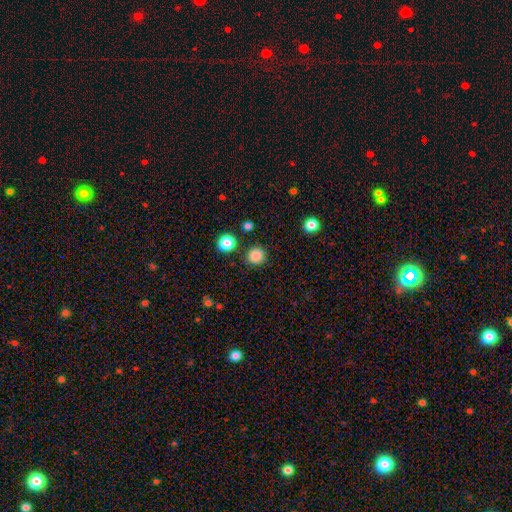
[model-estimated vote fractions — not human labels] smooth 85%, star or artifact 12%, featured or disk 3%. Down the decision tree: how rounded — round (92%); merging — none (88%).